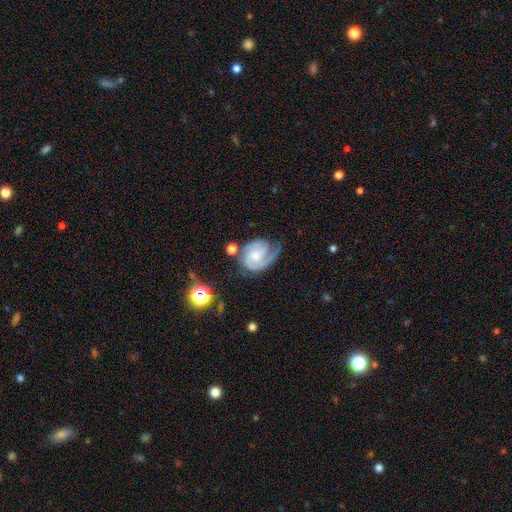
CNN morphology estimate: smooth_or_featured: featured or disk (p=0.81) [alt: smooth p=0.14]
disk_edge_on: no (p=0.98) [alt: yes p=0.02]
bar: no (p=0.66) [alt: weak p=0.29]
has_spiral_arms: yes (p=0.95) [alt: no p=0.05]
spiral_winding: tight (p=0.50) [alt: medium p=0.37]
spiral_arm_count: 2 (p=0.43) [alt: 1 p=0.35]
bulge_size: small (p=0.63) [alt: moderate p=0.29]
merging: none (p=0.51) [alt: minor disturbance p=0.24]